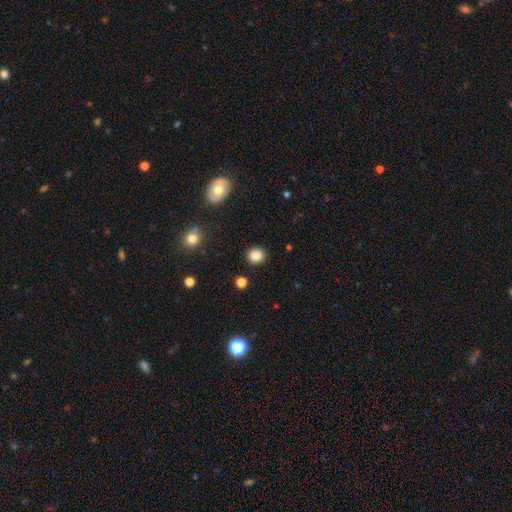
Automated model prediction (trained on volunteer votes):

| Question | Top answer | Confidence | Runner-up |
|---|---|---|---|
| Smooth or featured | smooth | 86% | star or artifact (11%) |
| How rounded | round | 87% | in between (12%) |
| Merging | none | 90% | minor disturbance (6%) |